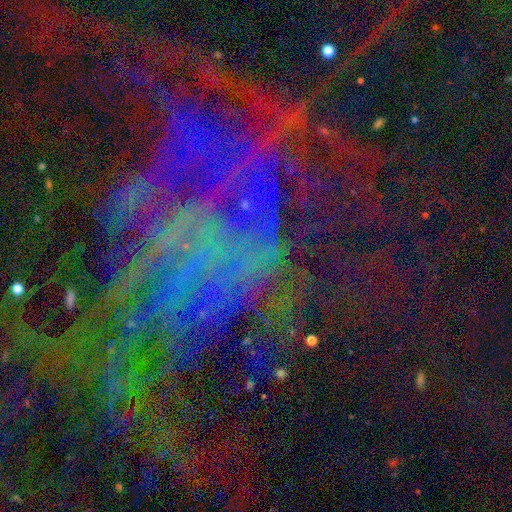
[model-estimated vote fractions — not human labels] Smooth or featured: star or artifact — 55% (featured or disk — 33%)